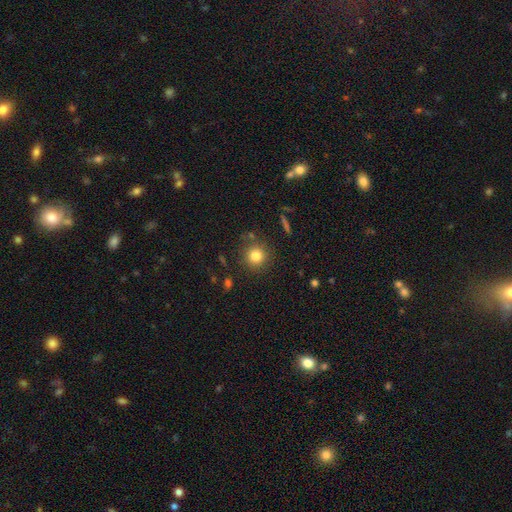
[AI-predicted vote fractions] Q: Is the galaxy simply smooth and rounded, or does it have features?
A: smooth — 80%.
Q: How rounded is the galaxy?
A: round — 93%.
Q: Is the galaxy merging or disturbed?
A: none — 84%.